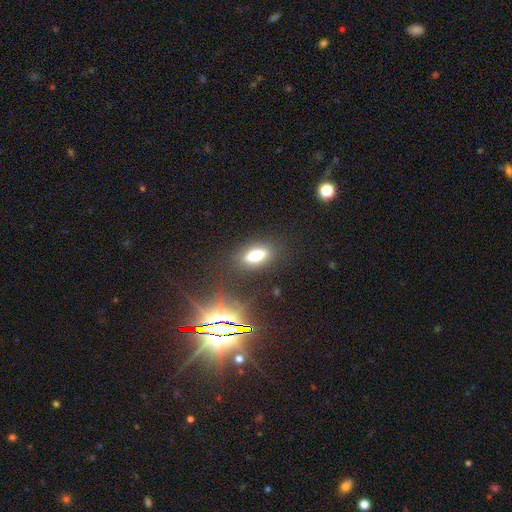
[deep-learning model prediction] A smooth galaxy with no disk features (70%) that is in between round and cigar-shaped (74%). Merging: none (83%).